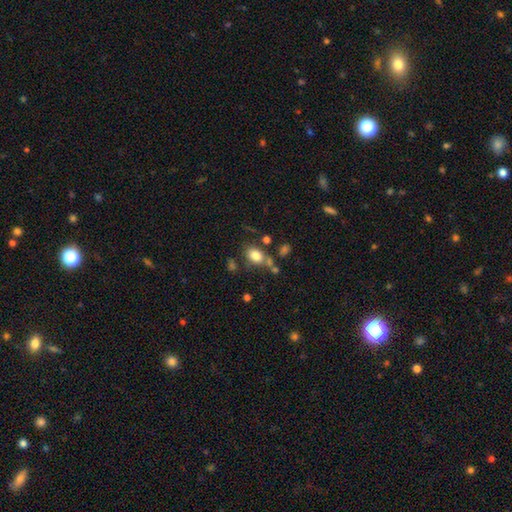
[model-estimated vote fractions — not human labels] smooth_or_featured: smooth (p=0.80) [alt: star or artifact p=0.10]
how_rounded: in between (p=0.76) [alt: round p=0.22]
merging: none (p=0.60) [alt: minor disturbance p=0.17]